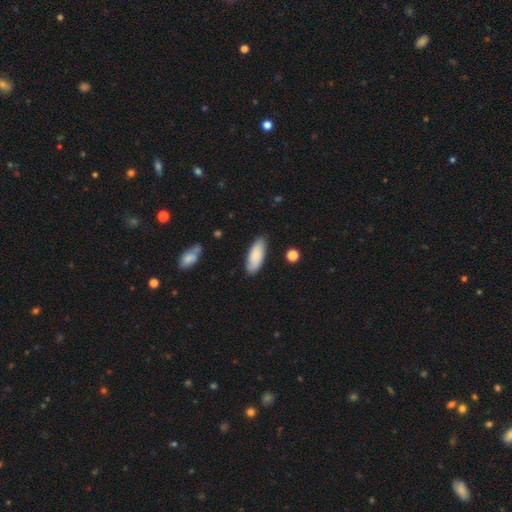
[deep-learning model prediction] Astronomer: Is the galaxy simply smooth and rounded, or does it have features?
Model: smooth — 83%.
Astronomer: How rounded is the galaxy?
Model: in between — 74%.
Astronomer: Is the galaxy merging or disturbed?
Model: none — 83%.